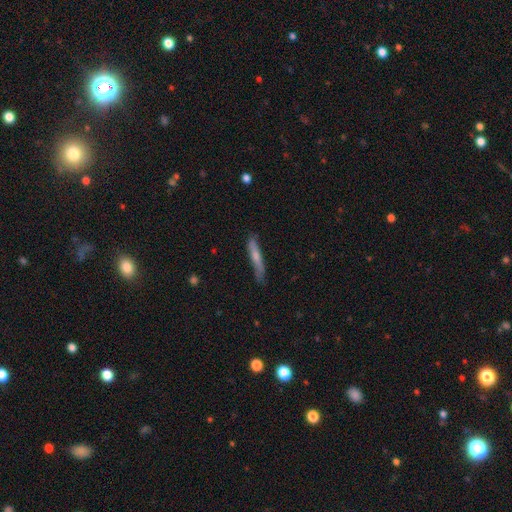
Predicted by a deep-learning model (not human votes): Q: Smooth or featured?
A: smooth (60%); runner-up: featured or disk (35%)
Q: How rounded?
A: cigar-shaped (93%); runner-up: in between (6%)
Q: Merging?
A: none (73%); runner-up: minor disturbance (21%)